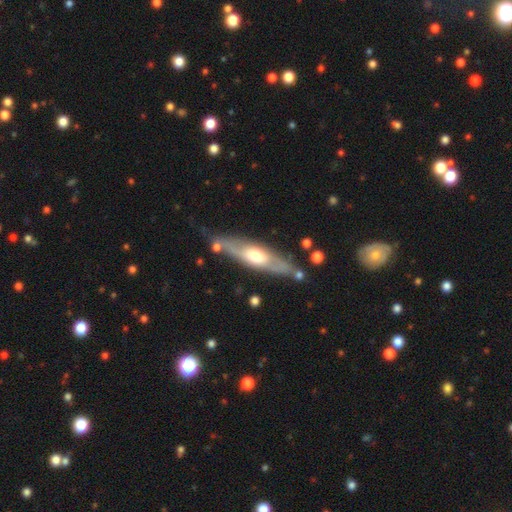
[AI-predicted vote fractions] featured or disk 59%, smooth 36%, star or artifact 5%. Down the decision tree: edge-on disk — yes (65%); merging — none (75%).